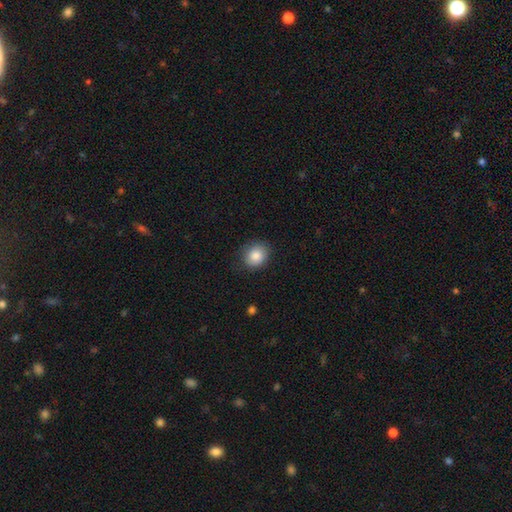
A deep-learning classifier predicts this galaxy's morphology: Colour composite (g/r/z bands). It shows a smooth galaxy with no disk features (85%) that is round (72%). Merging: none (83%).